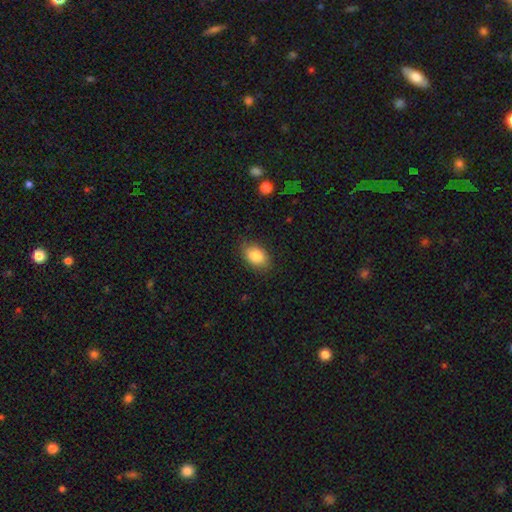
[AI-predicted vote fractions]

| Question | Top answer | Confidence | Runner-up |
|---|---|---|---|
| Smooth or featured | smooth | 86% | star or artifact (7%) |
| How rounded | in between | 88% | round (11%) |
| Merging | none | 82% | minor disturbance (14%) |